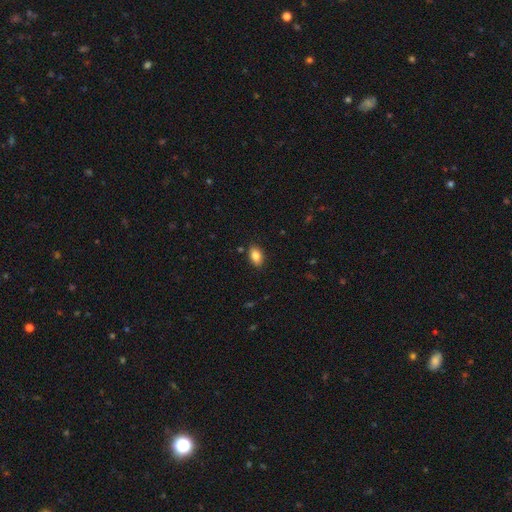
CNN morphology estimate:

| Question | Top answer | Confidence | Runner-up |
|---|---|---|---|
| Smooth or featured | smooth | 84% | featured or disk (8%) |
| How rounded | in between | 90% | round (7%) |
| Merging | none | 87% | minor disturbance (10%) |